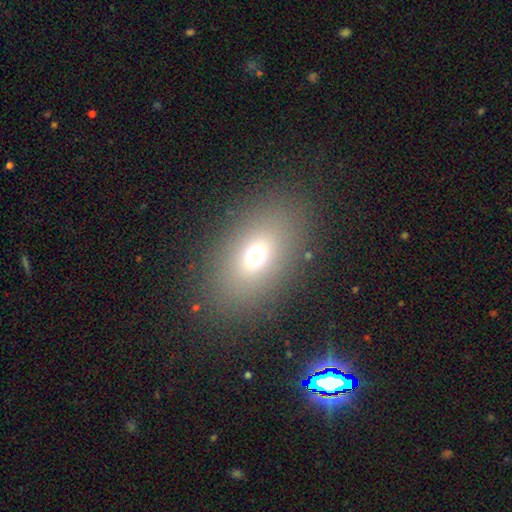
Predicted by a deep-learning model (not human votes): A smooth galaxy with no disk features (67%) that is in between round and cigar-shaped (84%). Merging: none (85%).